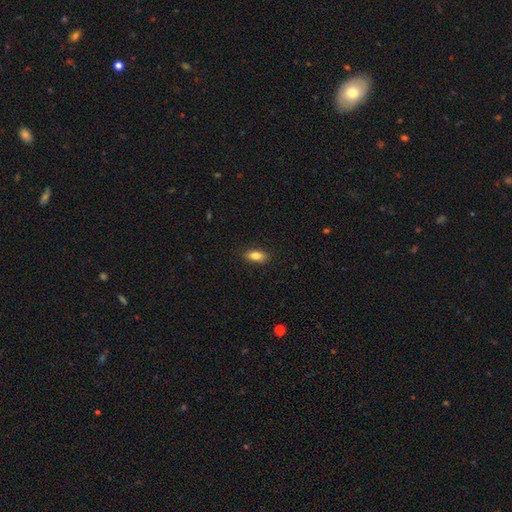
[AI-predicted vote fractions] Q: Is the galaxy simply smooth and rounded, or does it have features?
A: smooth — 82%.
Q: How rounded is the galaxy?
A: in between — 85%.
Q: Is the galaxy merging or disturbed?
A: none — 88%.